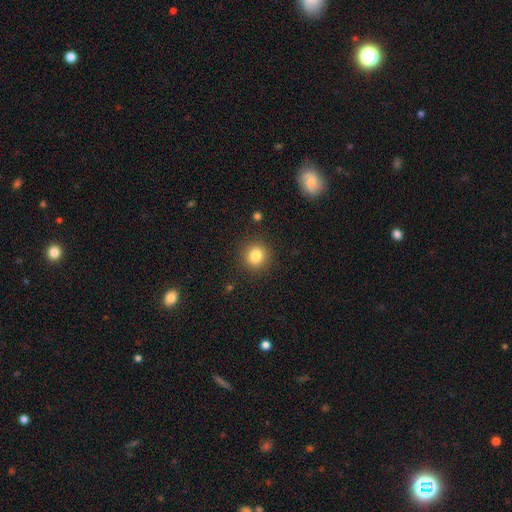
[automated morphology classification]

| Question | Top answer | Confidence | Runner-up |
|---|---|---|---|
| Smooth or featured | smooth | 83% | star or artifact (11%) |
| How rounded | round | 92% | in between (7%) |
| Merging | none | 90% | minor disturbance (6%) |